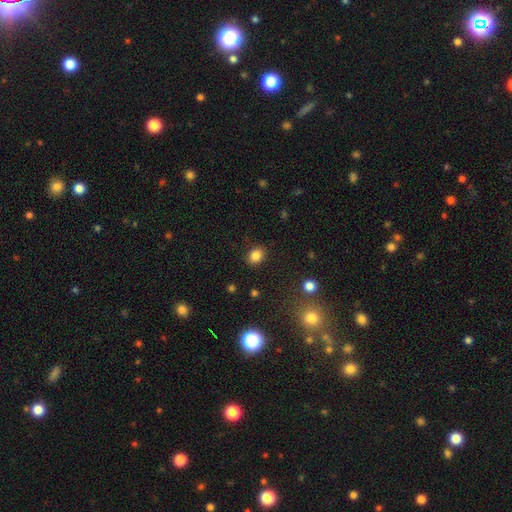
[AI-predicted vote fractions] smooth 84%, star or artifact 11%, featured or disk 5%. Down the decision tree: how rounded — in between (53%); merging — none (87%).